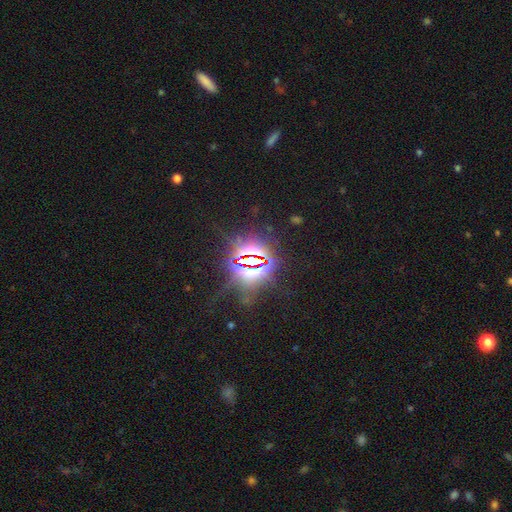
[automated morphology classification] Smooth or featured: star or artifact — 83% (smooth — 10%)